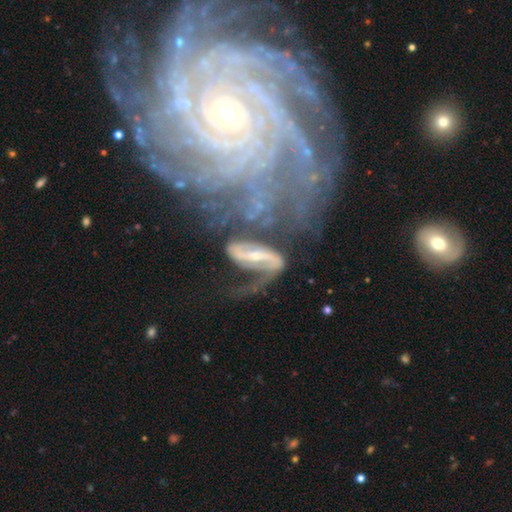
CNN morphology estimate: smooth_or_featured: featured or disk (p=0.85) [alt: smooth p=0.08]
disk_edge_on: no (p=0.93) [alt: yes p=0.07]
bar: strong (p=0.60) [alt: weak p=0.25]
has_spiral_arms: yes (p=0.92) [alt: no p=0.08]
spiral_winding: medium (p=0.39) [alt: loose p=0.38]
spiral_arm_count: 2 (p=0.83) [alt: can't tell p=0.06]
bulge_size: small (p=0.63) [alt: moderate p=0.30]
merging: none (p=0.41) [alt: major disturbance p=0.27]